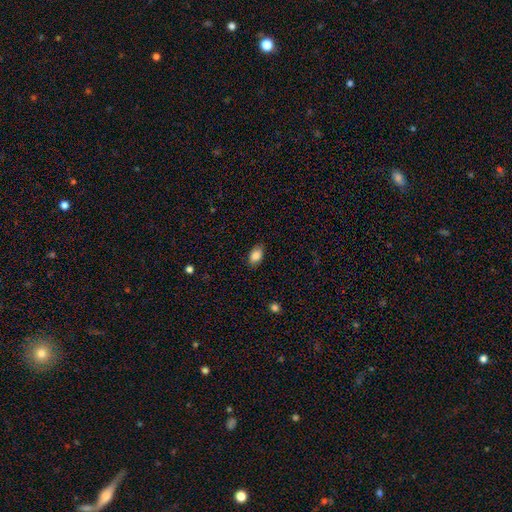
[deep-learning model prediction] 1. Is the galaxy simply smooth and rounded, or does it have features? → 86% smooth, 8% star or artifact, 6% featured or disk.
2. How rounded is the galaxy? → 89% in between, 9% round, 2% cigar-shaped.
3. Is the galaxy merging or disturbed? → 86% none, 11% minor disturbance, 3% major disturbance, 1% merger.